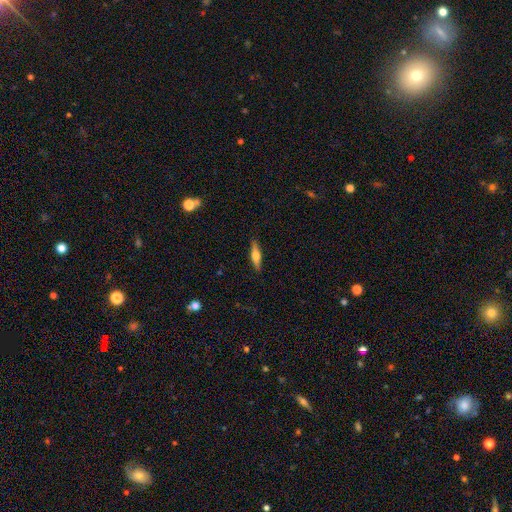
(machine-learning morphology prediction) The model was most divided on "smooth or featured": featured or disk: 47%, smooth: 46%, star or artifact: 6%. More confident: merging — none (89%).